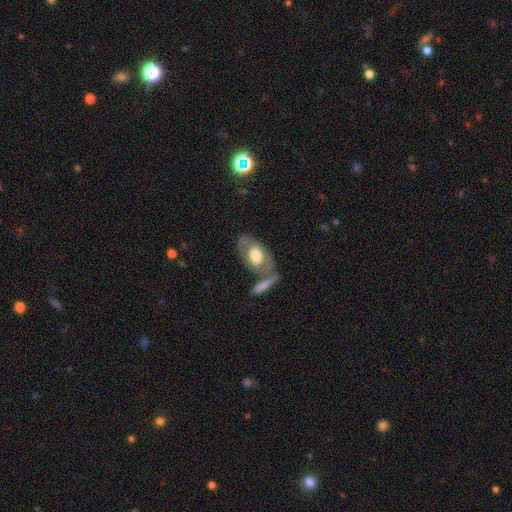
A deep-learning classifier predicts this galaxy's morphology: Smooth or featured: featured or disk — 48% (smooth — 46%)
Merging: none — 56% (merger — 22%)